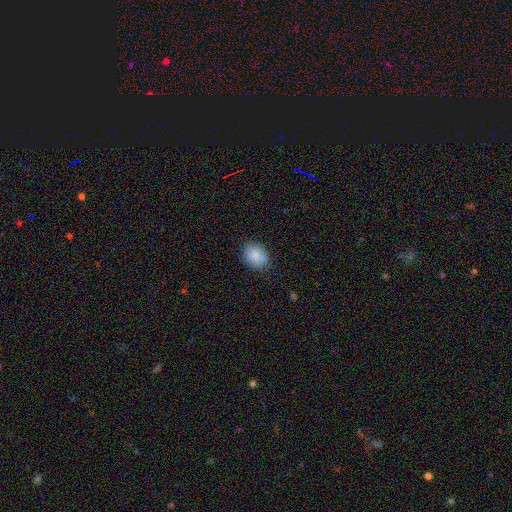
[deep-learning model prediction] smooth 84%, star or artifact 8%, featured or disk 8%. Down the decision tree: how rounded — in between (52%); merging — none (82%).